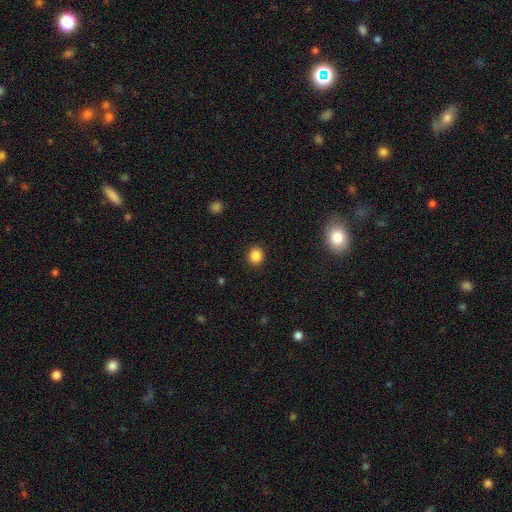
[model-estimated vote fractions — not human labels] smooth_or_featured: smooth (p=0.86) [alt: star or artifact p=0.11]
how_rounded: round (p=0.87) [alt: in between p=0.12]
merging: none (p=0.91) [alt: minor disturbance p=0.06]